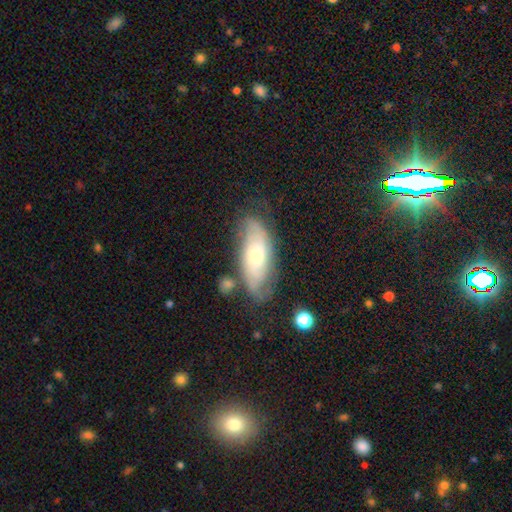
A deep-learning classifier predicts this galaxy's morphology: The model was most divided on "smooth or featured": featured or disk: 54%, smooth: 39%, star or artifact: 7%. More confident: edge-on disk — no (83%); merging — none (64%).